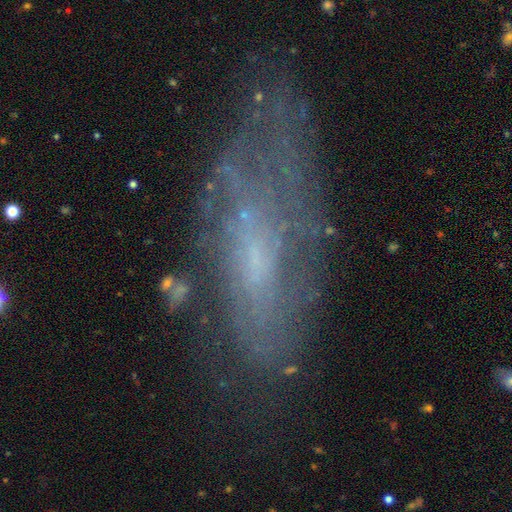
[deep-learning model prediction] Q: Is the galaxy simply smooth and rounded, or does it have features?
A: featured or disk — 63%.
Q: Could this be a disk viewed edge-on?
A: no — 81%.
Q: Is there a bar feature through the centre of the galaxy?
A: no — 68%.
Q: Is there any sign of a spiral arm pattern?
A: yes — 59%.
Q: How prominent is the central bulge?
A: small — 58%.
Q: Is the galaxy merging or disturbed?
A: none — 66%.